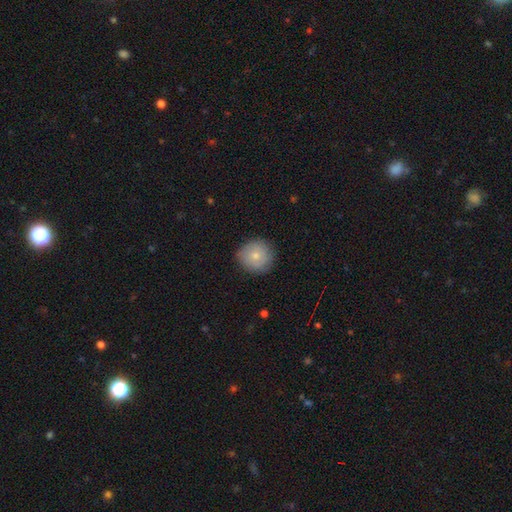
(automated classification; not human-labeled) Overall: smooth (77%). How rounded: round (93%). Merging: none (83%).